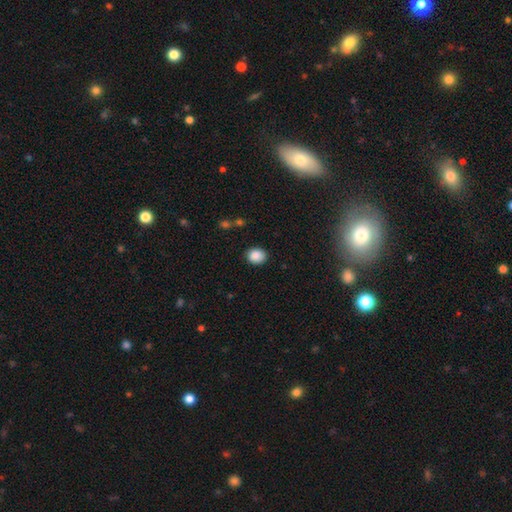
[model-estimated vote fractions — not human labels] smooth_or_featured: smooth (p=0.88) [alt: star or artifact p=0.09]
how_rounded: round (p=0.63) [alt: in between p=0.37]
merging: none (p=0.86) [alt: minor disturbance p=0.09]